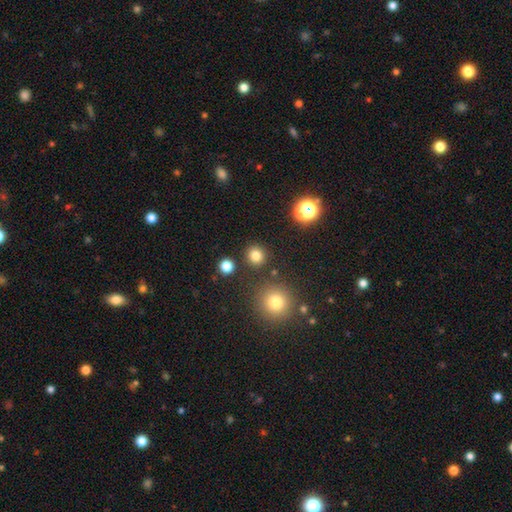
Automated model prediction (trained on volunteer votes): A smooth galaxy with no disk features (79%) that is round (92%).

Vote fractions:
- Smooth or featured? smooth: 79% / star or artifact: 16% / featured or disk: 5%
- How rounded? round: 92% / in between: 7% / cigar-shaped: 1%
- Merging? none: 88% / minor disturbance: 6% / merger: 4% / major disturbance: 2%